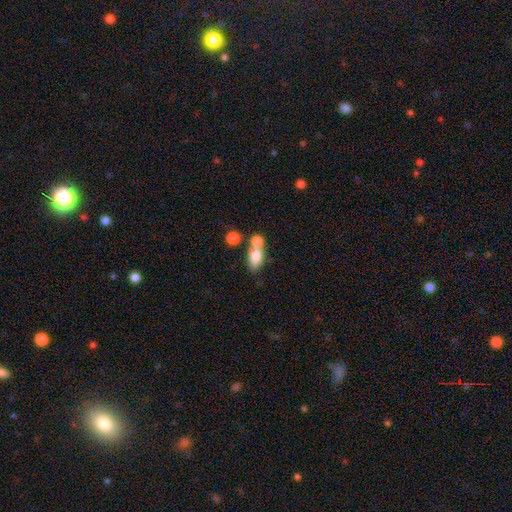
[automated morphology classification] type=smooth (77%); roundness=in between (81%); merging=merger (45%).